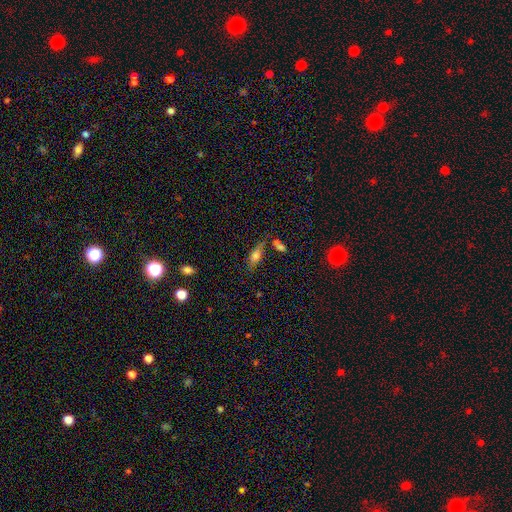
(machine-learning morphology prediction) This is likely a smooth galaxy (63%). How rounded: likely in between (69%). Merging: possibly none (57%).